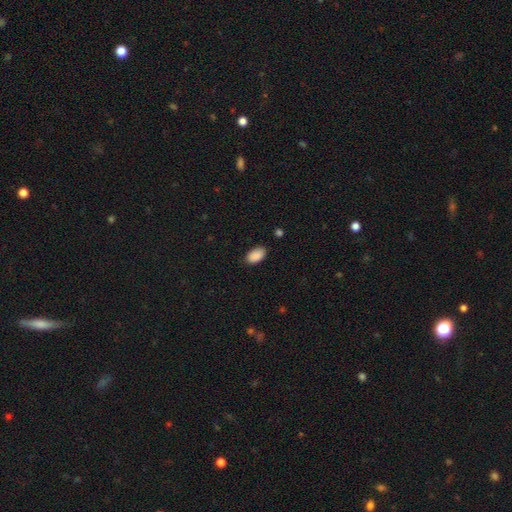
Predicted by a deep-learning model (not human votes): A smooth galaxy with no disk features (90%) that is in between round and cigar-shaped (94%). Merging: none (84%).